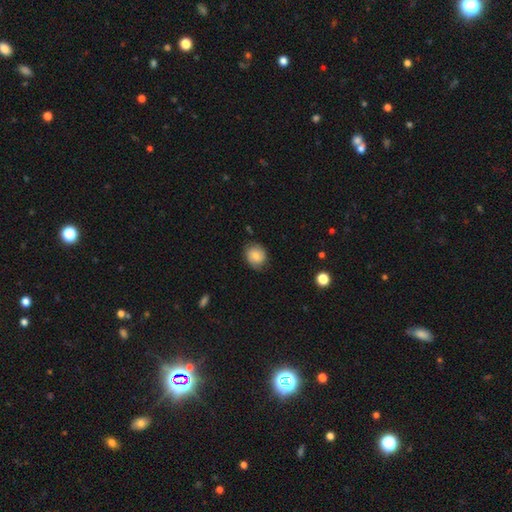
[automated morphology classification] Q: Smooth or featured?
A: smooth (73%); runner-up: featured or disk (18%)
Q: How rounded?
A: round (71%); runner-up: in between (28%)
Q: Merging?
A: none (76%); runner-up: minor disturbance (18%)